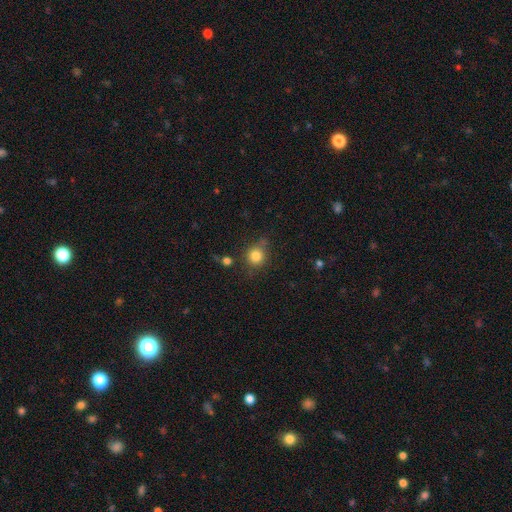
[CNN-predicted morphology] The model was most divided on "merging": none: 70%, minor disturbance: 17%, merger: 7%, major disturbance: 5%. More confident: how rounded — round (85%); smooth or featured — smooth (82%).